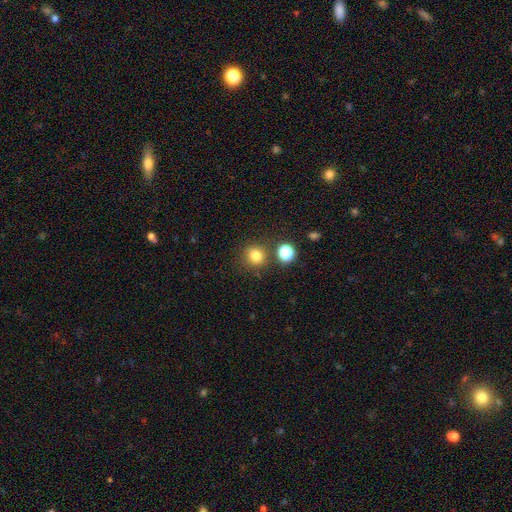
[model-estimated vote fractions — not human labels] smooth-or-featured: smooth: 78% | star or artifact: 15% | featured or disk: 6%
  how-rounded: round: 89% | in between: 10% | cigar-shaped: 1%
  merging: none: 81% | minor disturbance: 8% | merger: 7% | major disturbance: 3%